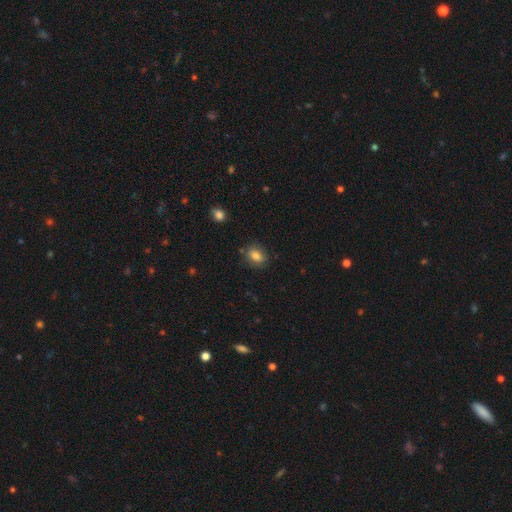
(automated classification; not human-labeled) The model was most divided on "how rounded": in between: 65%, round: 34%, cigar-shaped: 2%. More confident: smooth or featured — smooth (83%); merging — none (80%).